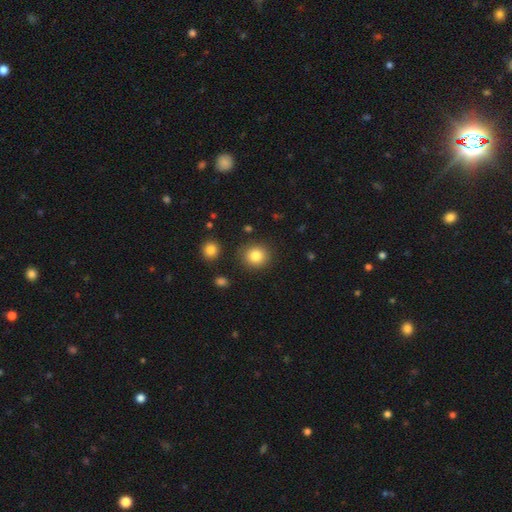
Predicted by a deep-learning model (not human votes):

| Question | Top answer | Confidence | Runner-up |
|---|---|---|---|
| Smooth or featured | smooth | 84% | star or artifact (10%) |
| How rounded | round | 86% | in between (13%) |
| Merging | none | 87% | minor disturbance (8%) |